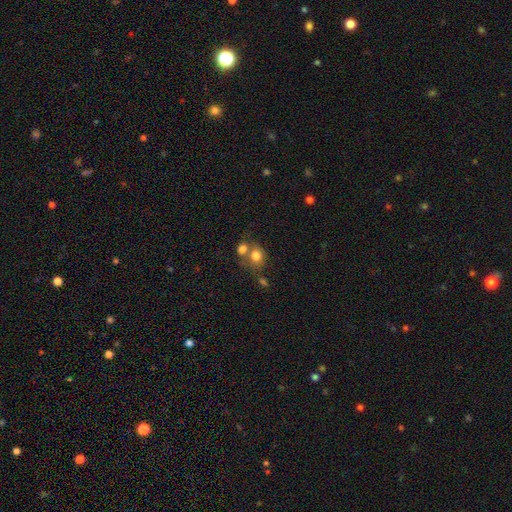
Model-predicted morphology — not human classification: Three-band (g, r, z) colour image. It shows a smooth galaxy with no disk features (78%) that is round (66%). Merging: none (43%).